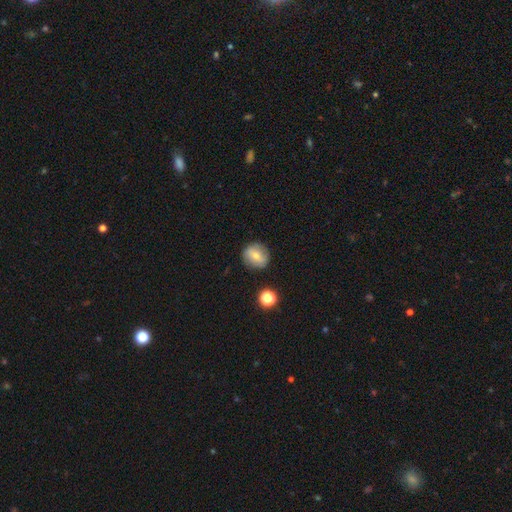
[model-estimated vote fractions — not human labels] This appears to be a smooth galaxy with no disk features (58%) that is round (85%). Merging: none (83%).